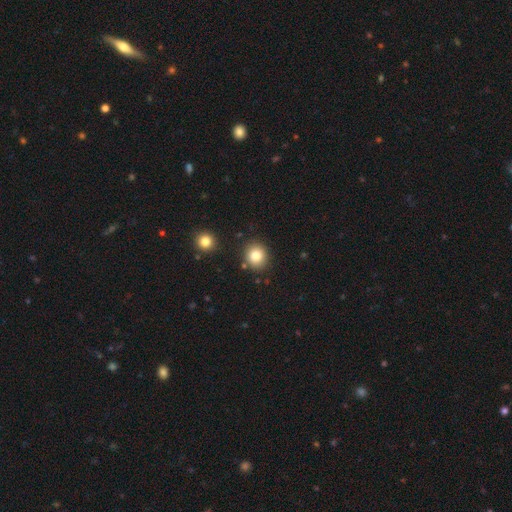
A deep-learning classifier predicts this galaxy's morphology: Smooth or featured: smooth — 84% (star or artifact — 10%)
How rounded: round — 81% (in between — 19%)
Merging: none — 85% (minor disturbance — 9%)